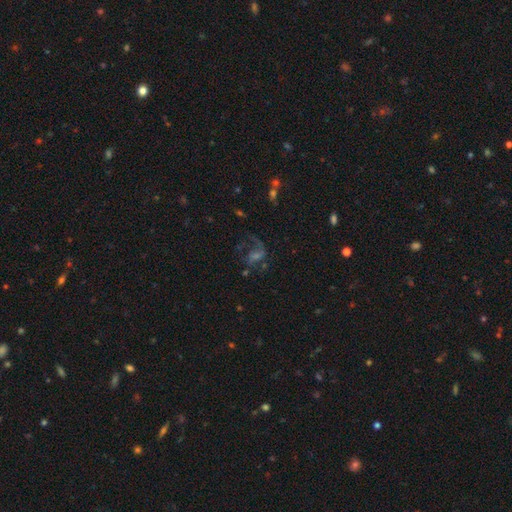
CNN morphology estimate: Smooth or featured? featured or disk (57%)
Edge-on disk? no (96%)
Bar? no (52%)
Spiral arms? yes (78%)
Bulge size? small (38%)
Merging? none (45%)